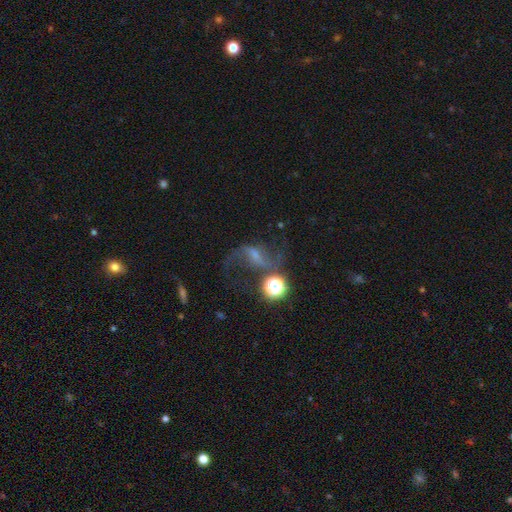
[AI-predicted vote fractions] Smooth or featured: featured or disk — 69% (star or artifact — 16%)
Edge-on disk: no — 96% (yes — 4%)
Bar: weak — 40% (strong — 32%)
Spiral arms: yes — 90% (no — 10%)
Spiral winding: loose — 89% (medium — 9%)
Spiral arm count: 2 — 88% (1 — 7%)
Bulge size: small — 44% (none — 26%)
Merging: none — 54% (major disturbance — 23%)